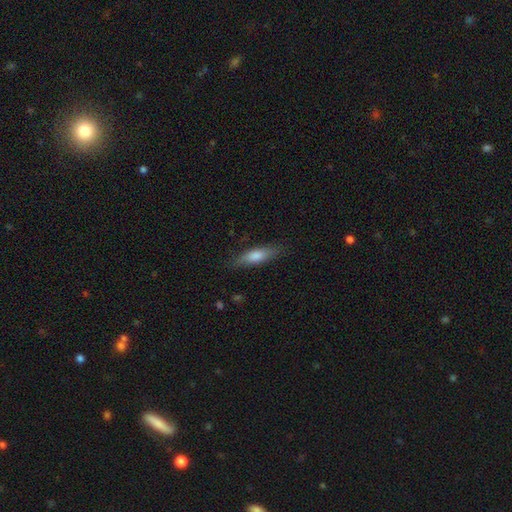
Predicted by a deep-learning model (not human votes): Overall: smooth (59%; featured or disk 33%). How rounded: cigar-shaped (69%). Merging: none (84%).